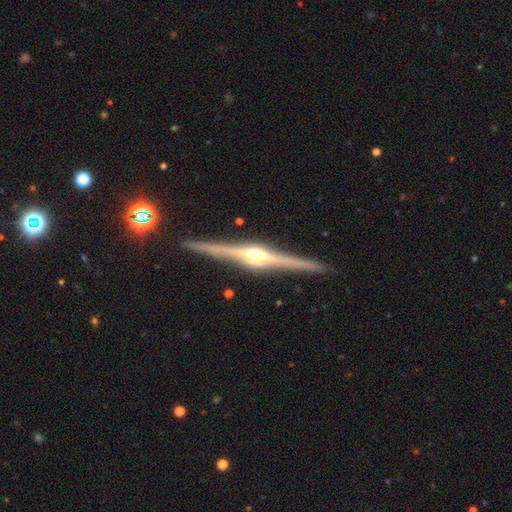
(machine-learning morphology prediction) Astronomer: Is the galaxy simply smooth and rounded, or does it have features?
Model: featured or disk — 90%.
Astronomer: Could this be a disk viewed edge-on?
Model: yes — 99%.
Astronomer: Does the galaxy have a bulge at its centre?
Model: rounded — 88%.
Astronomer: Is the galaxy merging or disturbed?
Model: none — 92%.